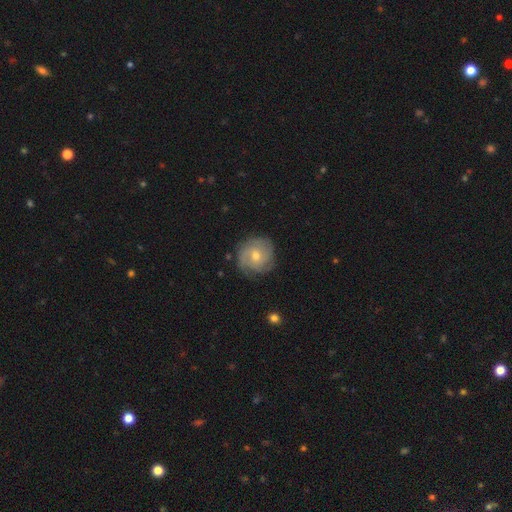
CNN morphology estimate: This is likely a featured or disk galaxy (64%). It is clearly not viewed edge-on (97%). Bar: likely no (68%). Spiral arm pattern: clearly yes (87%). Spiral arm count: marginally can't tell (36%). Spiral winding: possibly tight (59%). Central bulge: possibly moderate (57%). Merging: likely none (79%).